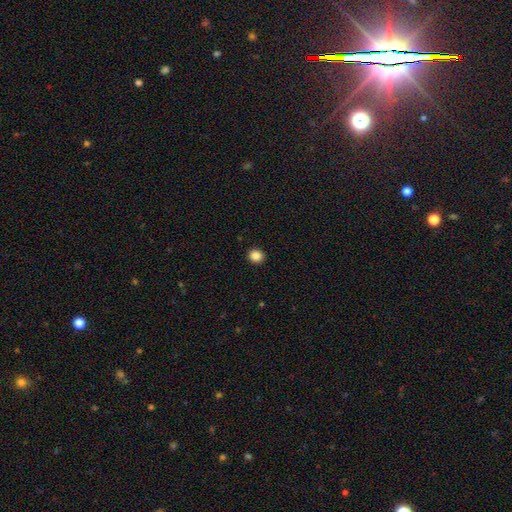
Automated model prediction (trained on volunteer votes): Smooth or featured? smooth (86%)
How rounded? round (85%)
Merging? none (93%)